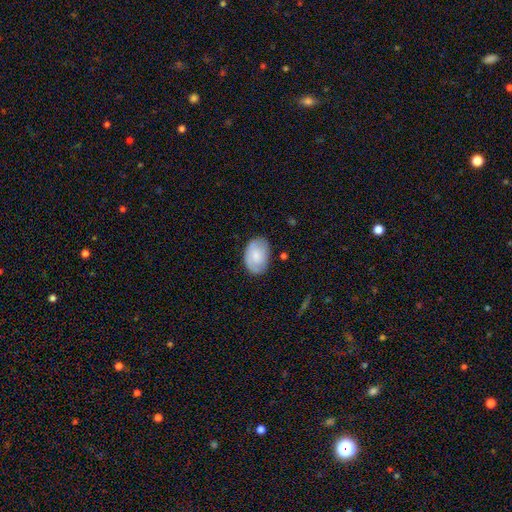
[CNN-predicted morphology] Smooth or featured: smooth — 72% (featured or disk — 21%)
How rounded: in between — 85% (round — 14%)
Merging: none — 74% (minor disturbance — 20%)